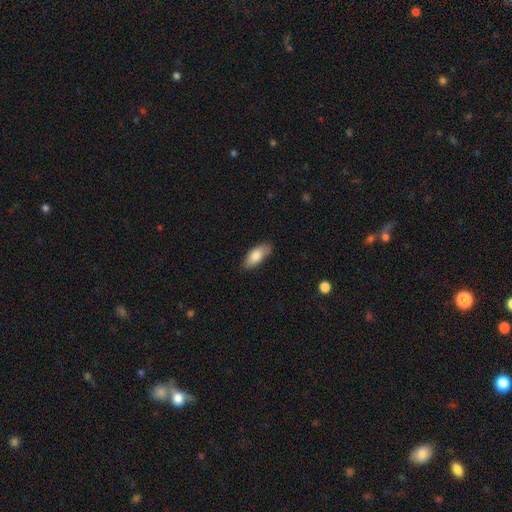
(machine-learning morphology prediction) smooth 81%, featured or disk 13%, star or artifact 6%. Down the decision tree: how rounded — in between (84%); merging — none (80%).